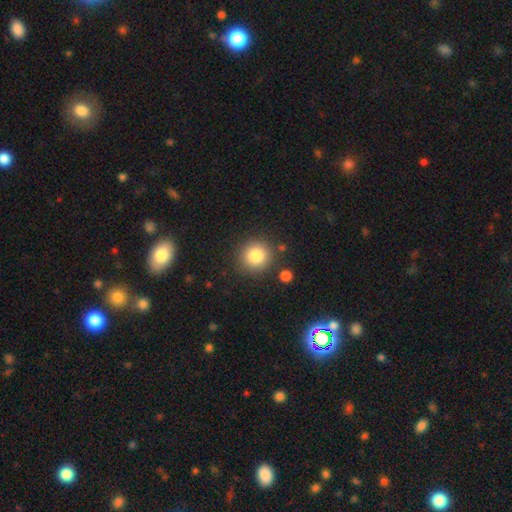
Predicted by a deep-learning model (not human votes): Q: Smooth or featured?
A: smooth (83%); runner-up: star or artifact (10%)
Q: How rounded?
A: round (91%); runner-up: in between (8%)
Q: Merging?
A: none (85%); runner-up: minor disturbance (8%)